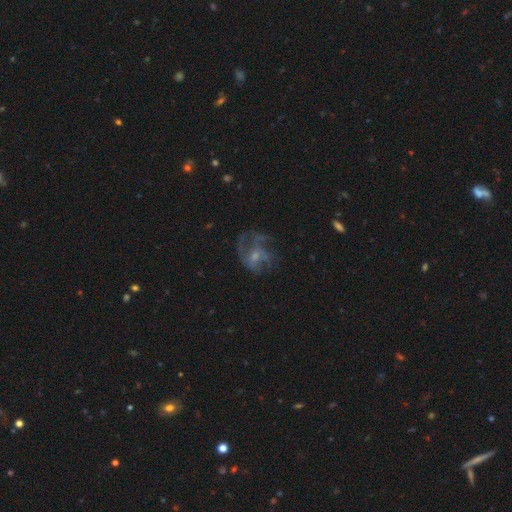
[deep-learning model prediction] smooth-or-featured: featured or disk: 68% | smooth: 20% | star or artifact: 12%
  disk-edge-on: no: 98% | yes: 2%
    bar: no: 69% | weak: 27% | strong: 4%
    has-spiral-arms: yes: 70% | no: 30%
    bulge-size: small: 51% | moderate: 34% | none: 11% | large: 3% | dominant: 1%
  merging: none: 45% | major disturbance: 34% | minor disturbance: 18% | merger: 2%